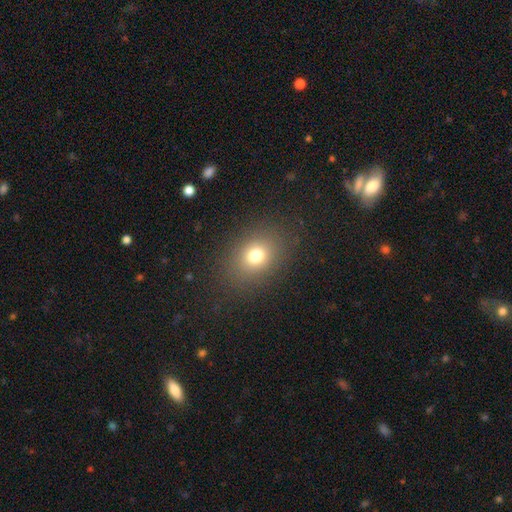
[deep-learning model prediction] This appears to be a smooth galaxy with no disk features (74%) that is in between round and cigar-shaped (54%). Merging: none (85%).